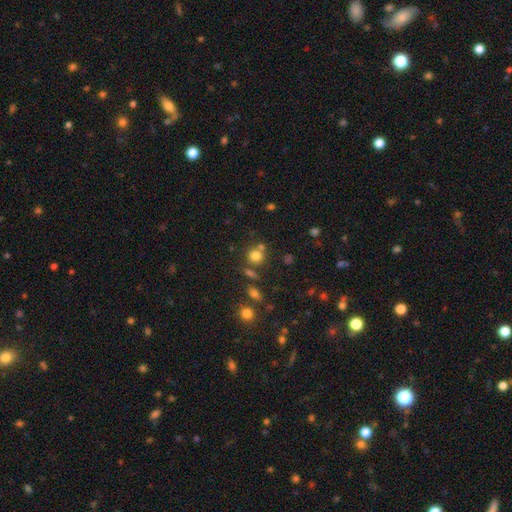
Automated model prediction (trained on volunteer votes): This is likely a smooth galaxy (75%). How rounded: clearly round (88%). Merging: likely none (64%).